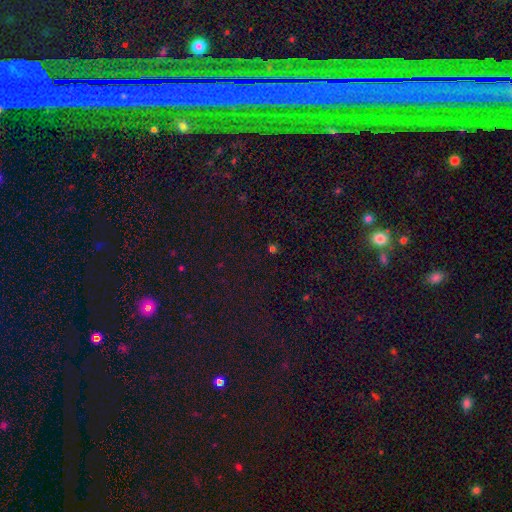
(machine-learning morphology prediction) smooth-or-featured: star or artifact: 53% | smooth: 41% | featured or disk: 6%